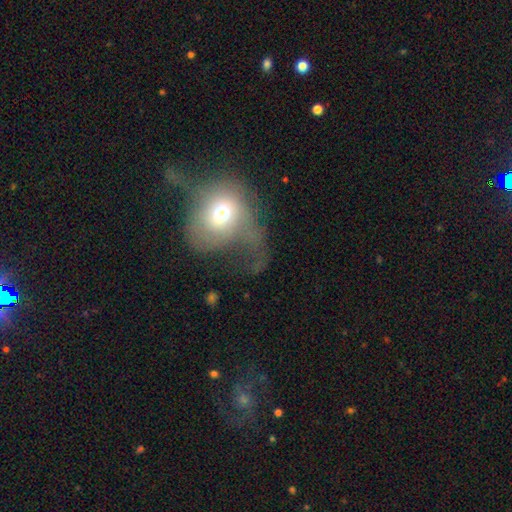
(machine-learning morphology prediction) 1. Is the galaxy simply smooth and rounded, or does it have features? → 52% smooth, 33% featured or disk, 14% star or artifact.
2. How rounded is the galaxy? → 65% round, 33% in between, 2% cigar-shaped.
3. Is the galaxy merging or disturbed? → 52% major disturbance, 22% none, 19% minor disturbance, 7% merger.